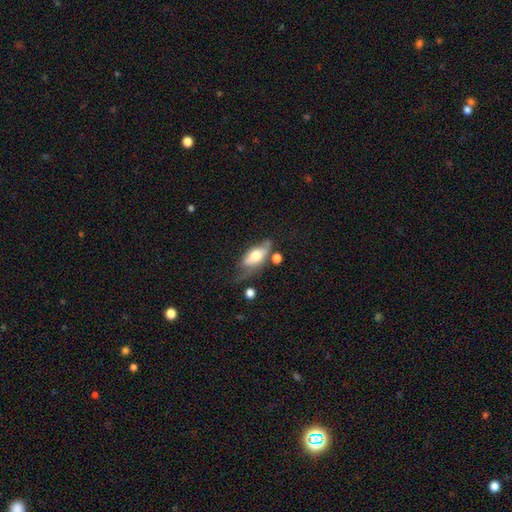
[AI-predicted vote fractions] smooth_or_featured: smooth (p=0.56) [alt: featured or disk p=0.37]
how_rounded: in between (p=0.82) [alt: cigar-shaped p=0.14]
merging: none (p=0.36) [alt: minor disturbance p=0.30]